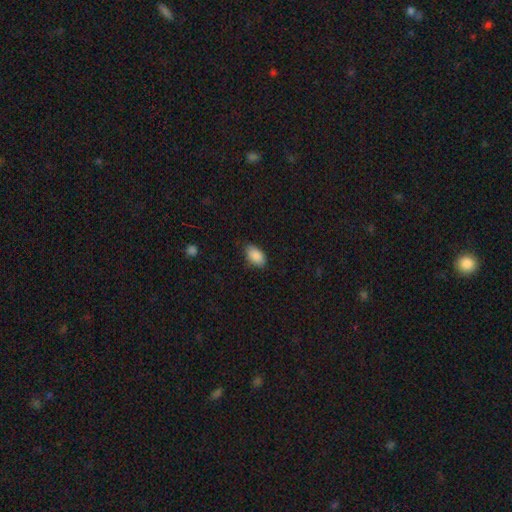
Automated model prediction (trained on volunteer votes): Smooth or featured?
  - smooth: 88% *
  - star or artifact: 7%
  - featured or disk: 4%
How rounded?
  - in between: 92% *
  - round: 6%
  - cigar-shaped: 2%
Merging?
  - none: 81% *
  - minor disturbance: 15%
  - major disturbance: 3%
  - merger: 1%